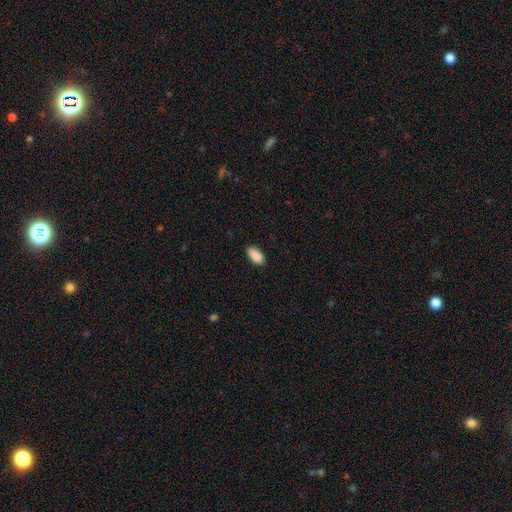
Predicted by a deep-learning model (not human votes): A smooth galaxy with no disk features (90%) that is in between round and cigar-shaped (93%).

Vote fractions:
- Smooth or featured? smooth: 90% / star or artifact: 7% / featured or disk: 3%
- How rounded? in between: 93% / cigar-shaped: 4% / round: 3%
- Merging? none: 81% / minor disturbance: 16% / major disturbance: 2% / merger: 1%